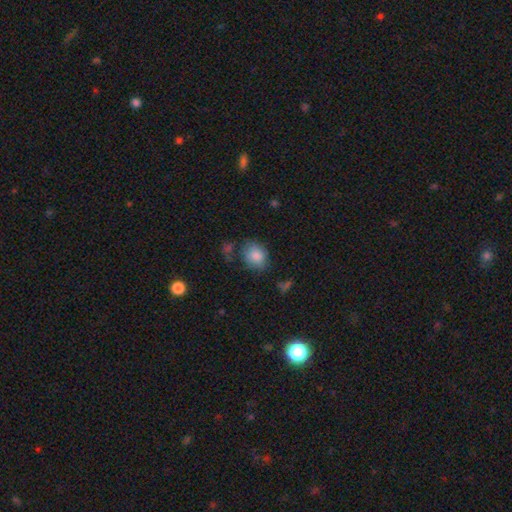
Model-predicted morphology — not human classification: This is clearly a smooth galaxy (85%). How rounded: possibly round (58%). Merging: likely none (65%).